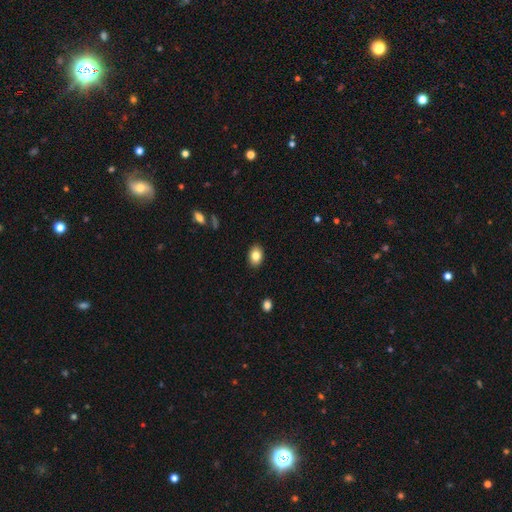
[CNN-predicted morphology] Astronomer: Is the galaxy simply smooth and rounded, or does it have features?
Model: smooth — 83%.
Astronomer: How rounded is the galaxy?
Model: in between — 78%.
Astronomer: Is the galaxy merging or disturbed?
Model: none — 89%.